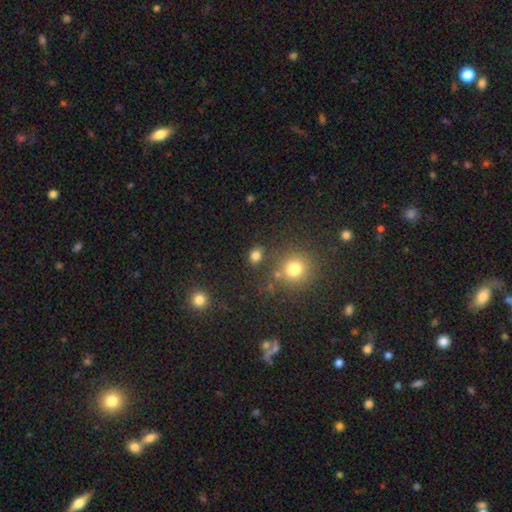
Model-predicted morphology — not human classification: smooth-or-featured: smooth: 79% | star or artifact: 16% | featured or disk: 5%
  how-rounded: round: 51% | in between: 48% | cigar-shaped: 1%
  merging: none: 79% | minor disturbance: 10% | merger: 7% | major disturbance: 4%